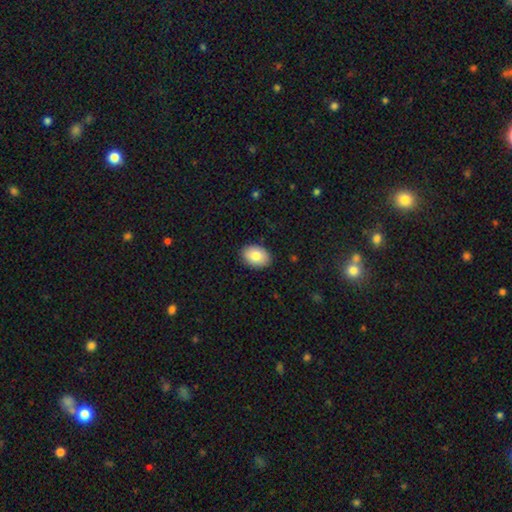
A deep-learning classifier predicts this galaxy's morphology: A smooth galaxy with no disk features (83%) that is in between round and cigar-shaped (82%).

Vote fractions:
- Smooth or featured? smooth: 83% / featured or disk: 10% / star or artifact: 7%
- How rounded? in between: 82% / round: 17% / cigar-shaped: 1%
- Merging? none: 89% / minor disturbance: 8% / major disturbance: 2% / merger: 1%